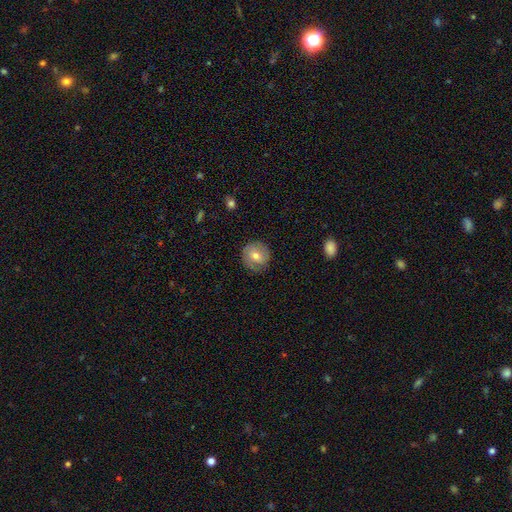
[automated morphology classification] featured or disk 50%, smooth 43%, star or artifact 8%. Down the decision tree: merging — none (80%).